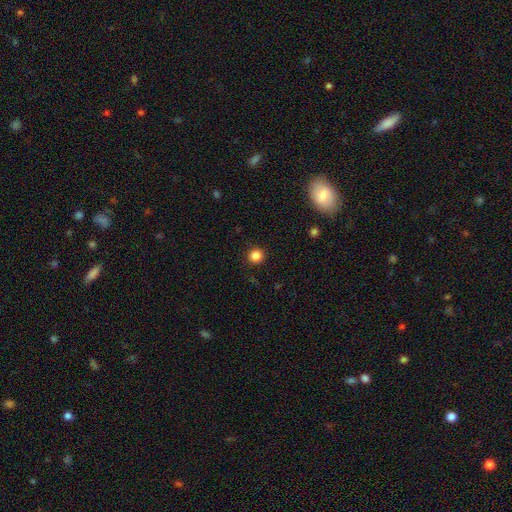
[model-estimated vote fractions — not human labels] smooth-or-featured: smooth: 85% | star or artifact: 11% | featured or disk: 4%
  how-rounded: round: 92% | in between: 8% | cigar-shaped: 1%
  merging: none: 92% | minor disturbance: 6% | major disturbance: 2% | merger: 1%